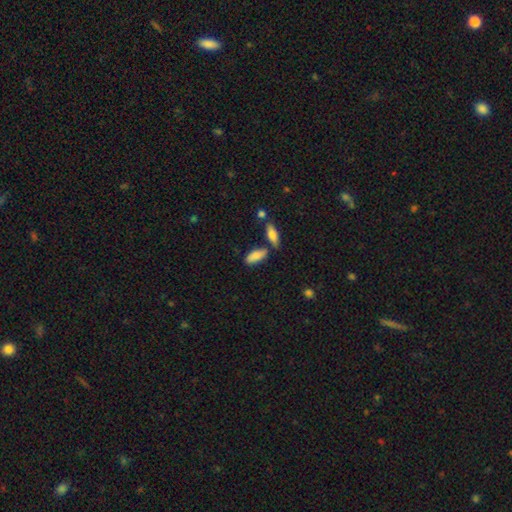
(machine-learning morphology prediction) type=smooth (84%); roundness=in between (78%); merging=none (65%).